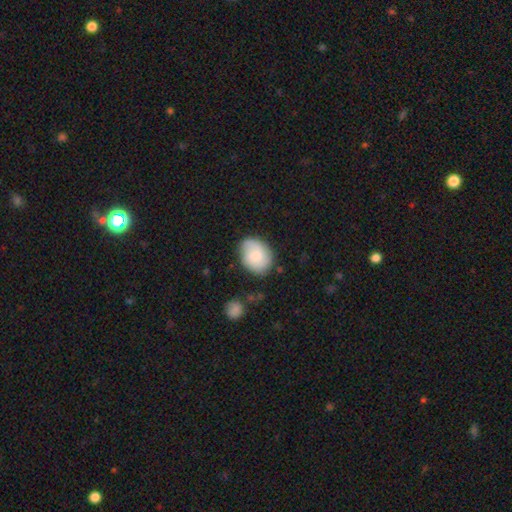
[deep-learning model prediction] smooth-or-featured: smooth: 57% | featured or disk: 35% | star or artifact: 7%
  how-rounded: in between: 54% | round: 45% | cigar-shaped: 1%
  merging: none: 70% | minor disturbance: 21% | major disturbance: 6% | merger: 3%